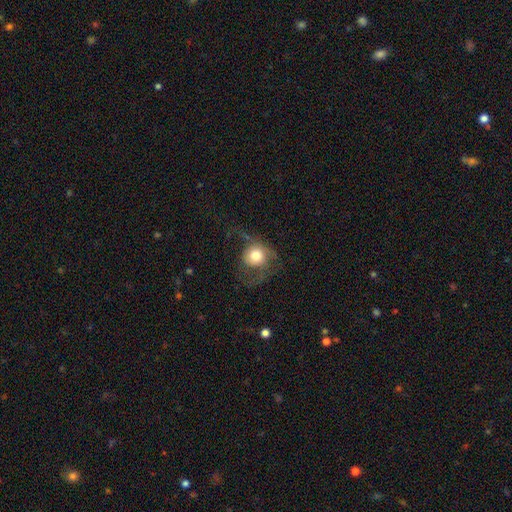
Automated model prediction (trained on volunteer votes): A smooth galaxy with no disk features (60%) that is round (82%). Merging: major disturbance (41%).